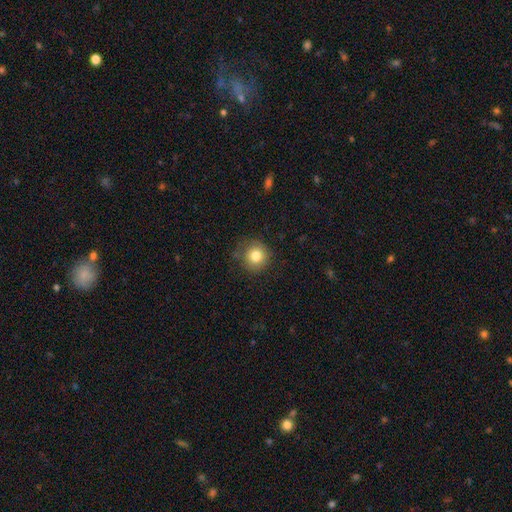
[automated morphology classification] Smooth or featured? smooth (81%)
How rounded? round (92%)
Merging? none (79%)